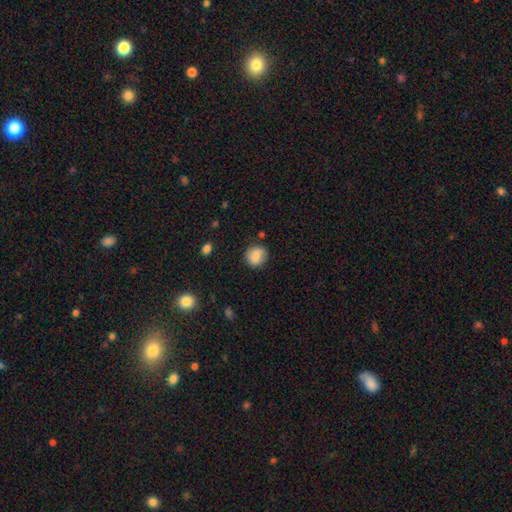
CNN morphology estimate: smooth_or_featured: smooth (p=0.83) [alt: star or artifact p=0.08]
how_rounded: round (p=0.77) [alt: in between p=0.22]
merging: none (p=0.81) [alt: minor disturbance p=0.14]